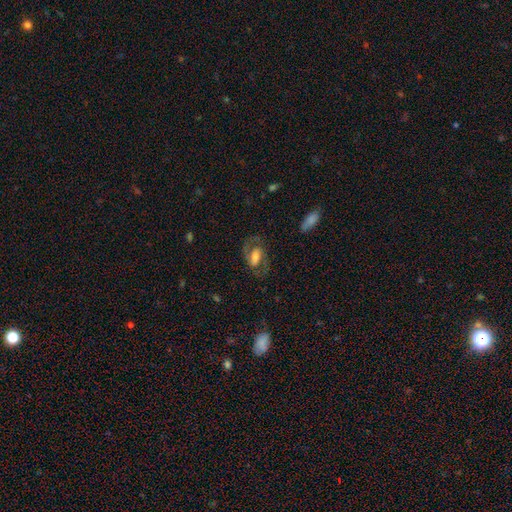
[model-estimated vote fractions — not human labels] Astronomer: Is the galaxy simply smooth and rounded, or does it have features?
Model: featured or disk — 66%.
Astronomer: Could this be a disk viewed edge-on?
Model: no — 95%.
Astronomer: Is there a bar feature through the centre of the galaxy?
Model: weak — 41% (runner-up: strong, 32%).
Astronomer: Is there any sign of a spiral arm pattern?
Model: yes — 84%.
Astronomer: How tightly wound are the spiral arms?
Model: medium — 55%.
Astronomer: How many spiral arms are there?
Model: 2 — 87%.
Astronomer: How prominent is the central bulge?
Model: moderate — 39% (runner-up: large, 29%).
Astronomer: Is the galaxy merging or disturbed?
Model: none — 69%.